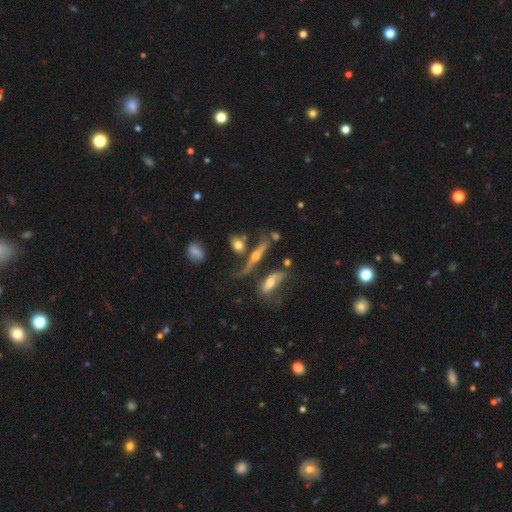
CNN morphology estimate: This is likely a featured or disk galaxy (63%). It is clearly viewed edge-on (81%). Edge-on bulge: clearly rounded (89%). Merging: possibly none (50%).